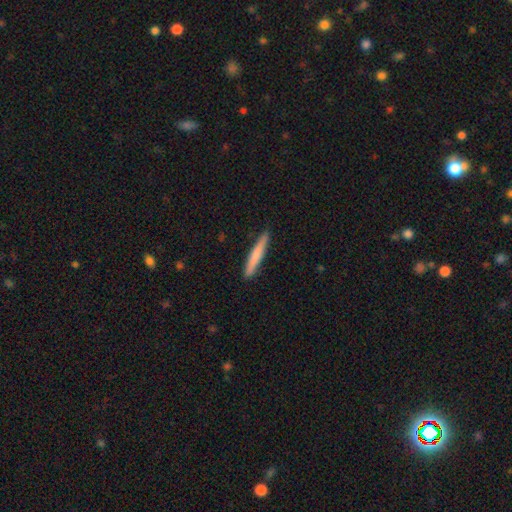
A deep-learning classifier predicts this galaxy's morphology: This appears to be a smooth galaxy with no disk features (70%) that is cigar-shaped (95%). Merging: none (90%).